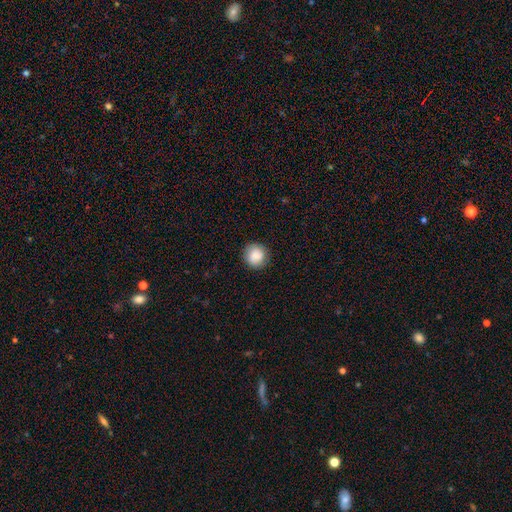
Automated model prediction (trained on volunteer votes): The model was most divided on "smooth or featured": smooth: 84%, star or artifact: 8%, featured or disk: 8%. More confident: how rounded — round (92%); merging — none (89%).